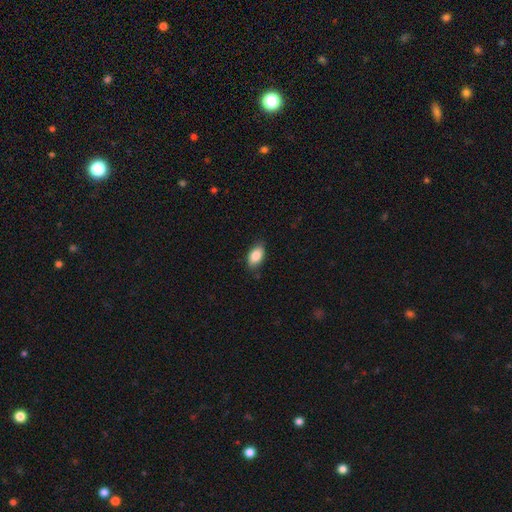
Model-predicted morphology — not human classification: A smooth galaxy with no disk features (85%) that is in between round and cigar-shaped (92%).

Vote fractions:
- Smooth or featured? smooth: 85% / featured or disk: 8% / star or artifact: 7%
- How rounded? in between: 92% / round: 6% / cigar-shaped: 3%
- Merging? none: 81% / minor disturbance: 15% / major disturbance: 3% / merger: 1%